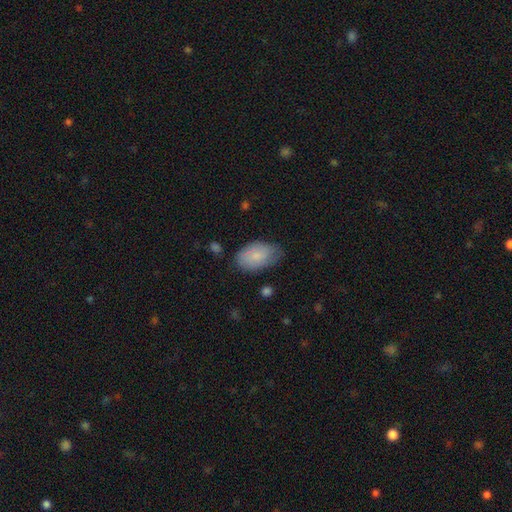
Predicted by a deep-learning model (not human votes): Smooth or featured? Predicted: smooth (p=0.80). How rounded? Predicted: in between (p=0.93). Merging? Predicted: none (p=0.65).